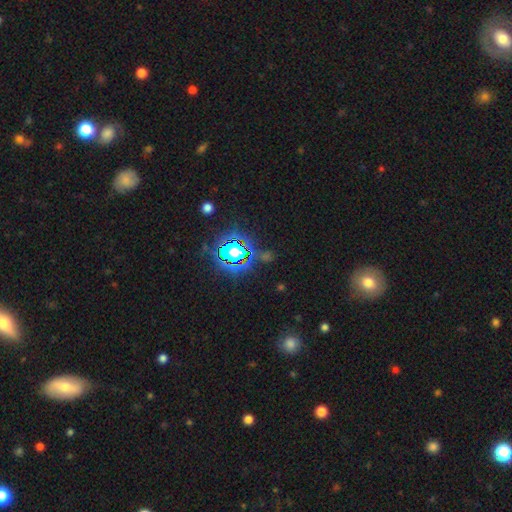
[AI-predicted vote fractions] A star or artifact, not a galaxy (76%).